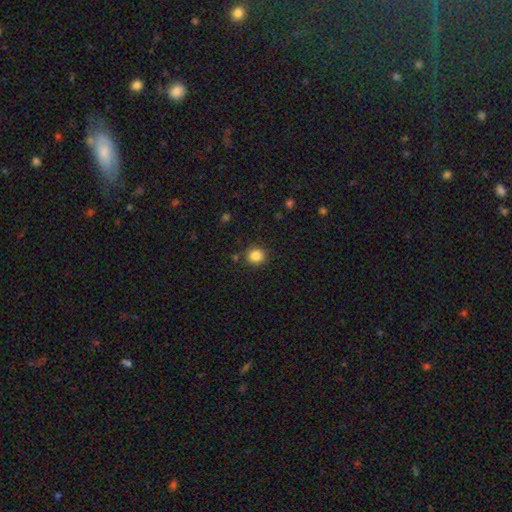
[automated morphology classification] A smooth galaxy with no disk features (85%) that is round (88%).

Vote fractions:
- Smooth or featured? smooth: 85% / star or artifact: 11% / featured or disk: 4%
- How rounded? round: 88% / in between: 11% / cigar-shaped: 1%
- Merging? none: 88% / minor disturbance: 7% / merger: 3% / major disturbance: 2%